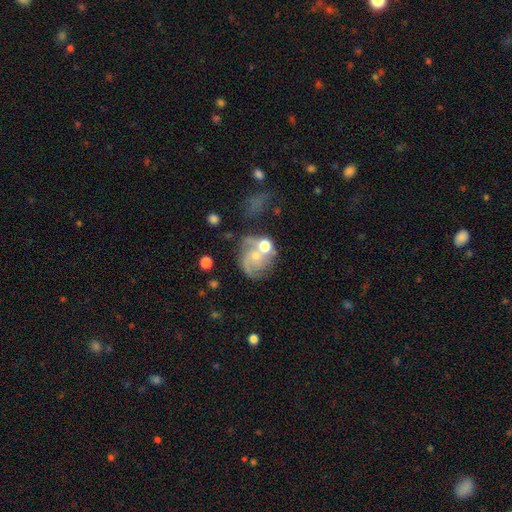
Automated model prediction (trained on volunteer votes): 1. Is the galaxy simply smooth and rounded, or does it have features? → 63% featured or disk, 27% smooth, 10% star or artifact.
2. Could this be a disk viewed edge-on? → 98% no, 2% yes.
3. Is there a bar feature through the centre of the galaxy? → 73% no, 23% weak, 4% strong.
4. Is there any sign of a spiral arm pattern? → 82% yes, 18% no.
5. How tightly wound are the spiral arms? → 45% medium, 28% loose, 26% tight.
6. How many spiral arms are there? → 51% 2, 20% can't tell, 15% 3, 8% 1, 3% 4, 3% more than 4.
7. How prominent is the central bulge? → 49% small, 38% moderate, 7% none, 4% large, 2% dominant.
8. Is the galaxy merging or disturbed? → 35% none, 30% merger, 18% major disturbance, 17% minor disturbance.